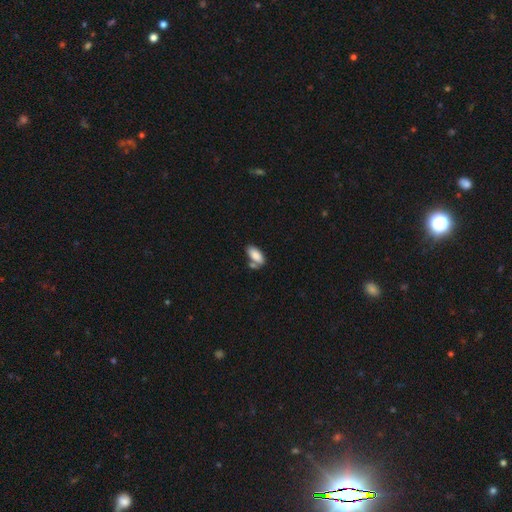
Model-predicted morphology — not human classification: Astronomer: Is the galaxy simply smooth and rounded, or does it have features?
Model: smooth — 86%.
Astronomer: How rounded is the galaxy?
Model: in between — 90%.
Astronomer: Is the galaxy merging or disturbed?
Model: none — 56%.